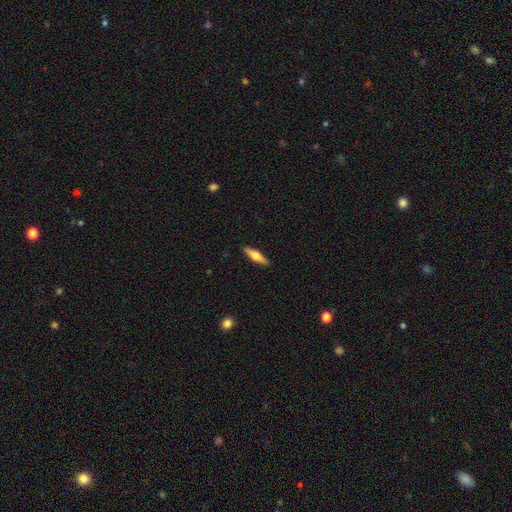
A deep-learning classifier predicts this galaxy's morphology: This is possibly a smooth galaxy (47%, tied with featured or disk). Merging: clearly none (90%).